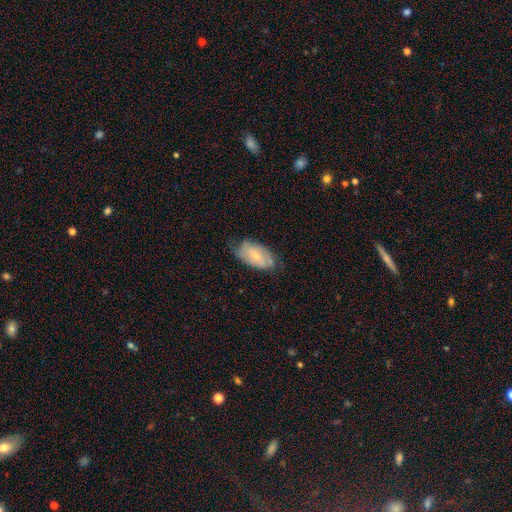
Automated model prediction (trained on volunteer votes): featured or disk 47%, smooth 46%, star or artifact 7%. Down the decision tree: merging — none (60%).